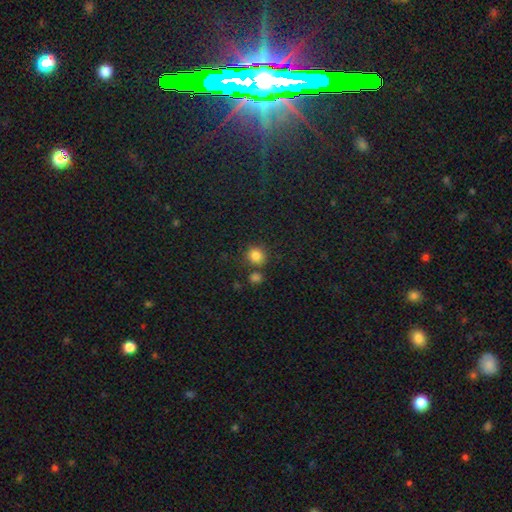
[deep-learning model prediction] Smooth or featured: smooth — 83% (star or artifact — 12%)
How rounded: round — 87% (in between — 12%)
Merging: none — 75% (merger — 12%)